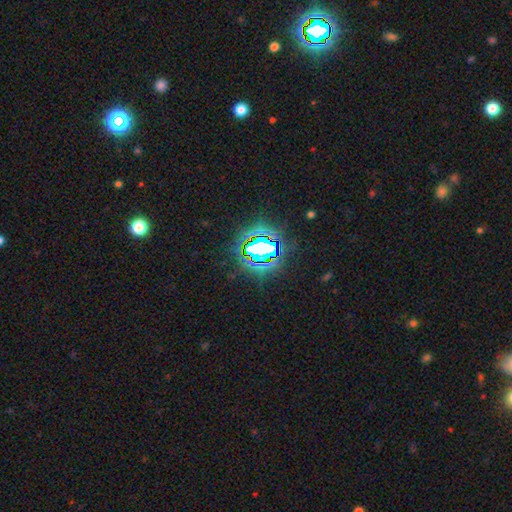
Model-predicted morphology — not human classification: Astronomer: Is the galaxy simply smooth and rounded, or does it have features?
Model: star or artifact — 72%.